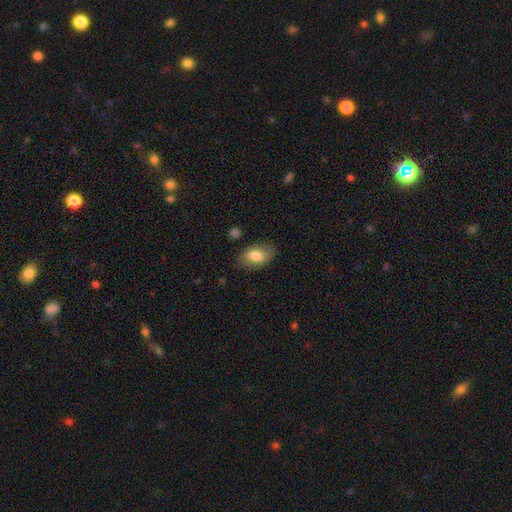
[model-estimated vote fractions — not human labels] Smooth or featured? Predicted: smooth (p=0.76). How rounded? Predicted: in between (p=0.90). Merging? Predicted: none (p=0.80).